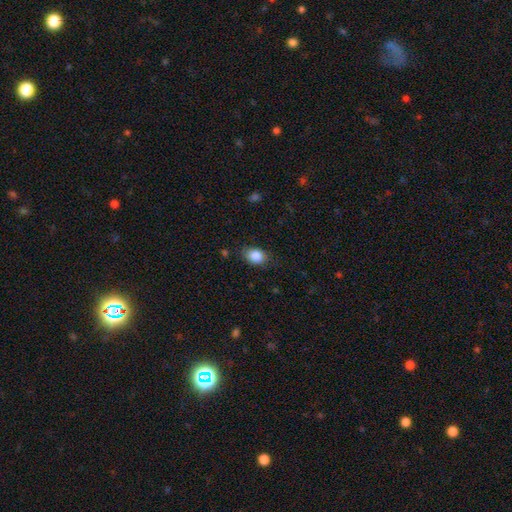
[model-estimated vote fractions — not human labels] A smooth galaxy with no disk features (86%) that is in between round and cigar-shaped (74%).

Vote fractions:
- Smooth or featured? smooth: 86% / star or artifact: 8% / featured or disk: 6%
- How rounded? in between: 74% / round: 25% / cigar-shaped: 1%
- Merging? none: 76% / minor disturbance: 18% / major disturbance: 4% / merger: 1%